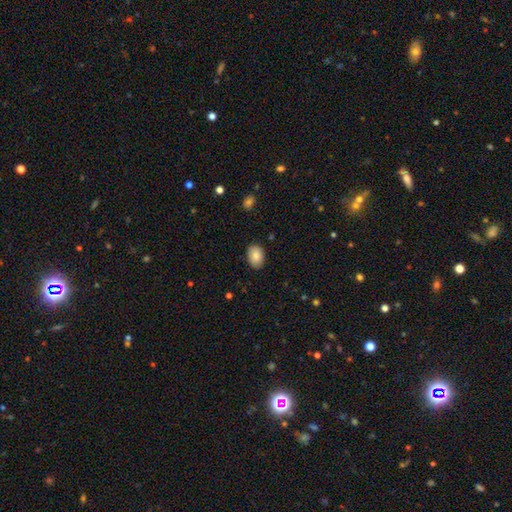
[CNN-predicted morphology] smooth_or_featured: smooth (p=0.87) [alt: star or artifact p=0.07]
how_rounded: in between (p=0.81) [alt: round p=0.18]
merging: none (p=0.87) [alt: minor disturbance p=0.10]